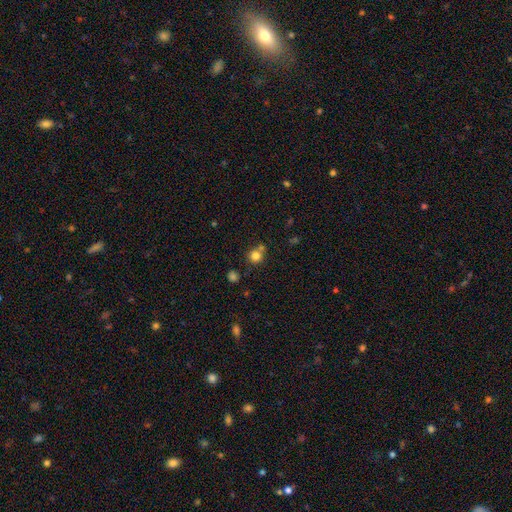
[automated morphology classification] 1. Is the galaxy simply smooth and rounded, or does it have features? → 80% smooth, 13% star or artifact, 7% featured or disk.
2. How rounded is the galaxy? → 90% round, 9% in between, 1% cigar-shaped.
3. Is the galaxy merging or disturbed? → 64% none, 23% merger, 10% minor disturbance, 3% major disturbance.